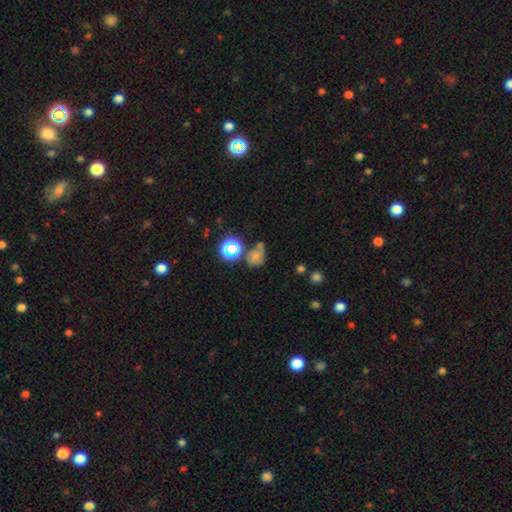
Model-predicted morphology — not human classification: Smooth or featured? Predicted: smooth (p=0.56). How rounded? Predicted: round (p=0.52). Merging? Predicted: none (p=0.38).